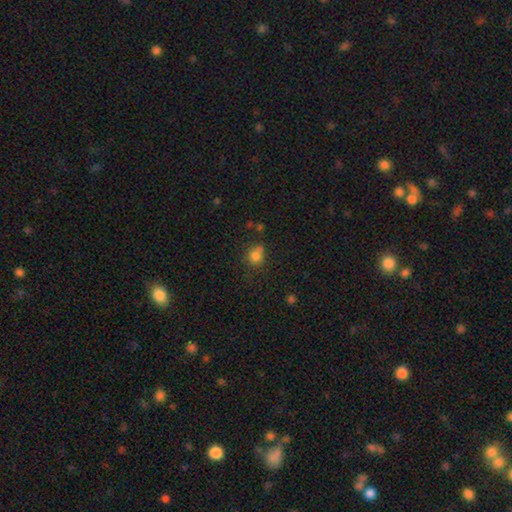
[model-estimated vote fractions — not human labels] Overall: smooth (79%). How rounded: round (70%). Merging: none (52%; minor disturbance 25%).